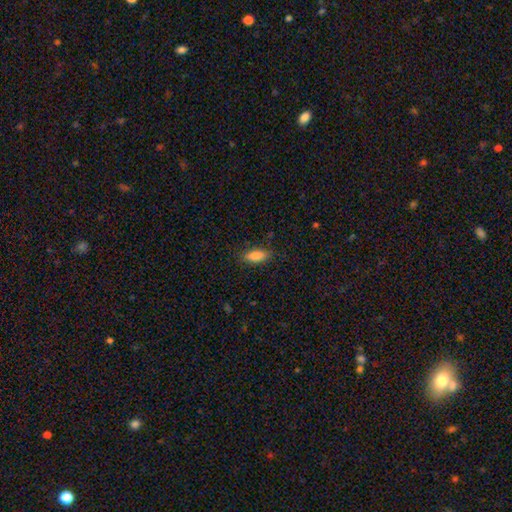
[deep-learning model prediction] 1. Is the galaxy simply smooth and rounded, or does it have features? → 85% smooth, 7% star or artifact, 7% featured or disk.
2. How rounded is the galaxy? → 75% in between, 23% cigar-shaped, 2% round.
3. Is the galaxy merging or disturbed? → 83% none, 13% minor disturbance, 3% major disturbance, 1% merger.